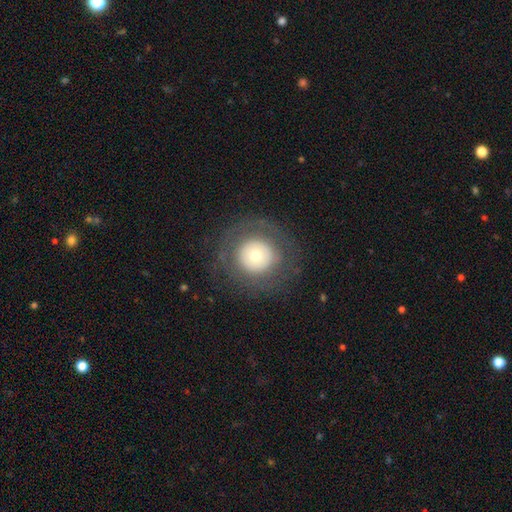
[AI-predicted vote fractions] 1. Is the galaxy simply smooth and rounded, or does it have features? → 57% smooth, 33% featured or disk, 10% star or artifact.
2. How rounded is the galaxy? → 93% round, 6% in between, 1% cigar-shaped.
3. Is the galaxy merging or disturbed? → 80% none, 10% minor disturbance, 8% major disturbance, 1% merger.